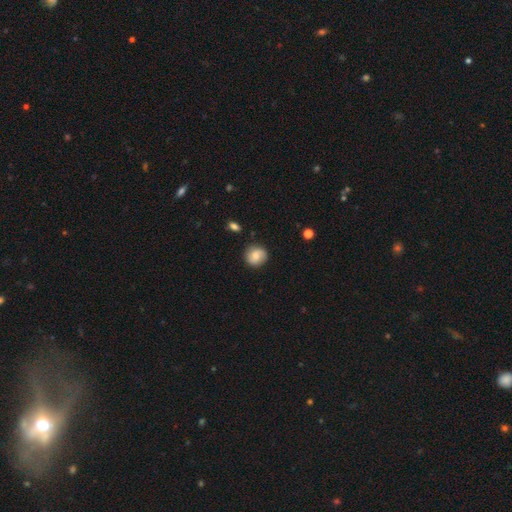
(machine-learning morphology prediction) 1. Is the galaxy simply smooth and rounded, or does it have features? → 70% smooth, 22% featured or disk, 8% star or artifact.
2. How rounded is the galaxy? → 84% round, 15% in between, 1% cigar-shaped.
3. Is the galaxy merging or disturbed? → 81% none, 14% minor disturbance, 3% major disturbance, 2% merger.